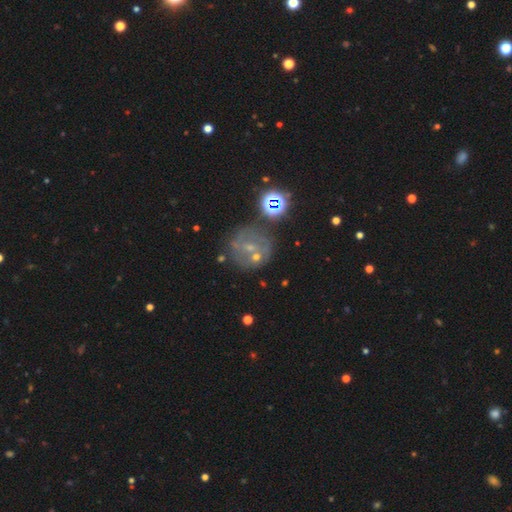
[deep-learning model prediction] Morphology: type=featured or disk (46%); merging=none (61%).